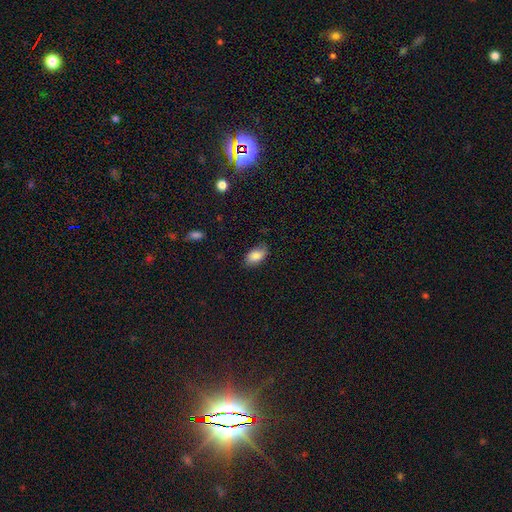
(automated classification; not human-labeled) Overall: smooth (83%). How rounded: in between (92%). Merging: none (72%).